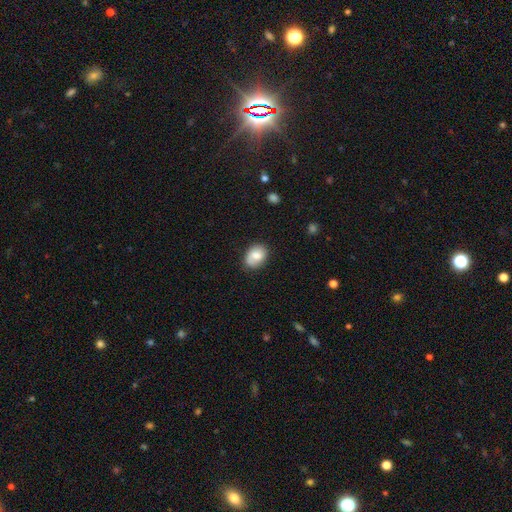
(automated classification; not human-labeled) A smooth galaxy with no disk features (78%) that is in between round and cigar-shaped (72%).

Vote fractions:
- Smooth or featured? smooth: 78% / featured or disk: 14% / star or artifact: 8%
- How rounded? in between: 72% / round: 27% / cigar-shaped: 1%
- Merging? none: 72% / minor disturbance: 21% / major disturbance: 4% / merger: 2%